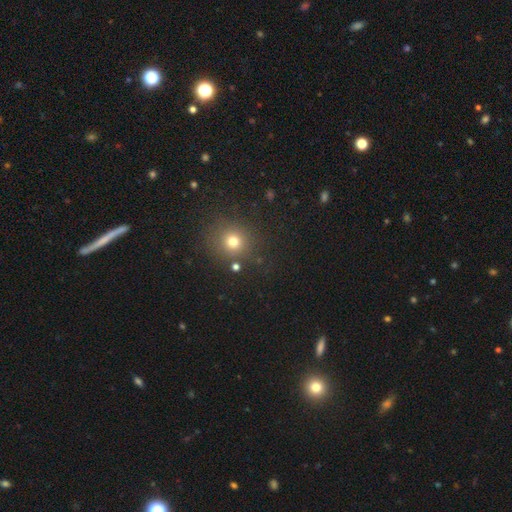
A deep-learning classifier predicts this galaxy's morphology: A smooth galaxy with no disk features (58%) that is round (90%). Merging: none (88%).